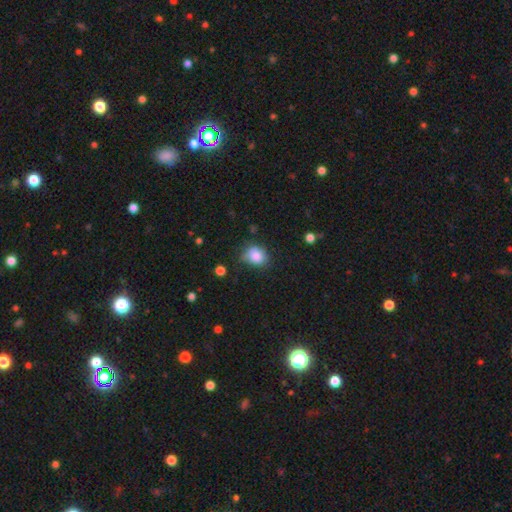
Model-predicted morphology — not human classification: A smooth galaxy with no disk features (84%) that is round (54%). Merging: none (61%).